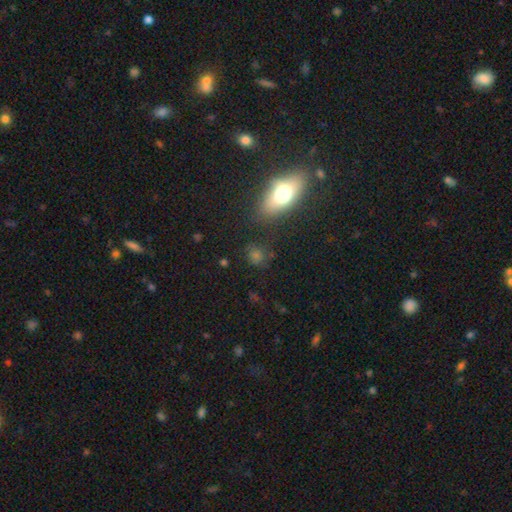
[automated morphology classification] Smooth or featured: smooth — 62% (star or artifact — 20%)
How rounded: round — 49% (in between — 42%)
Merging: none — 77% (minor disturbance — 14%)